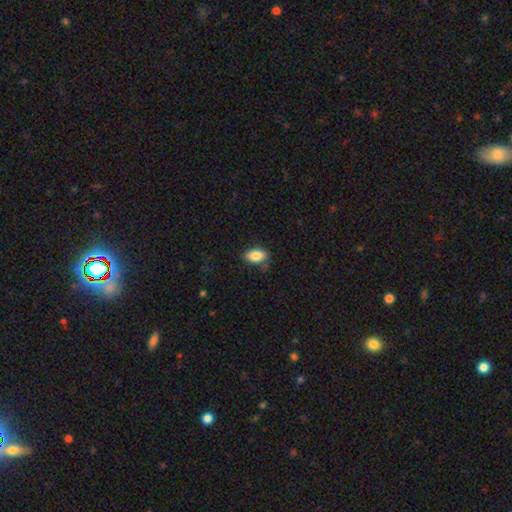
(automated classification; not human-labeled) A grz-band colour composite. It shows a smooth galaxy with no disk features (84%) that is in between round and cigar-shaped (90%). Merging: none (77%).